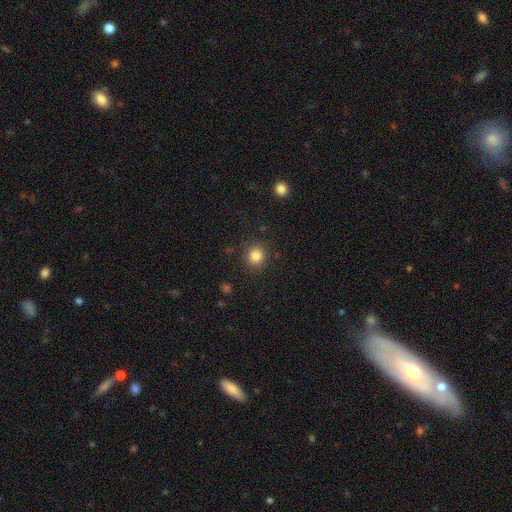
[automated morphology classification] This is clearly a smooth galaxy (84%). How rounded: clearly round (86%). Merging: clearly none (88%).